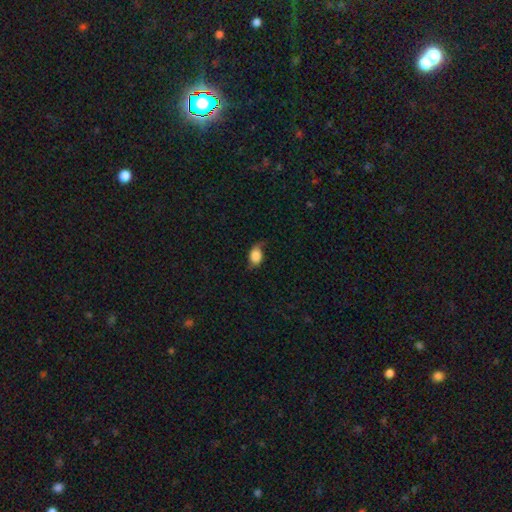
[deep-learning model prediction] The model was most divided on "merging": none: 53%, minor disturbance: 33%, major disturbance: 12%, merger: 2%. More confident: how rounded — in between (81%); smooth or featured — smooth (80%).